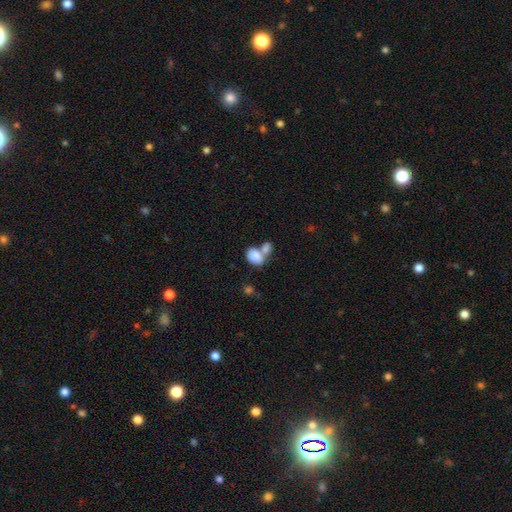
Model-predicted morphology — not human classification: This appears to be a smooth galaxy with no disk features (80%) that is in between round and cigar-shaped (79%). Merging: merger (61%).